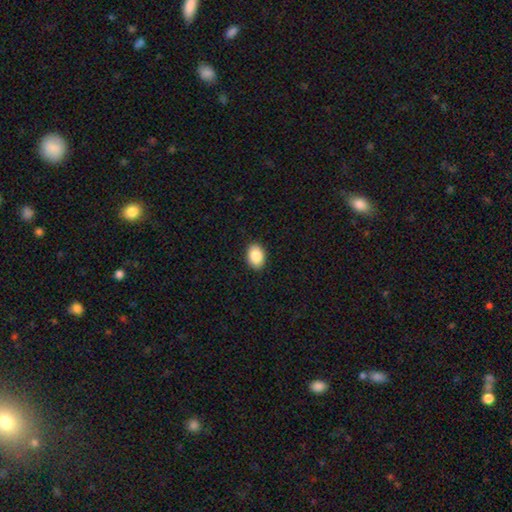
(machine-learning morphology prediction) The model was most divided on "how rounded": in between: 78%, round: 21%, cigar-shaped: 1%. More confident: merging — none (91%); smooth or featured — smooth (87%).